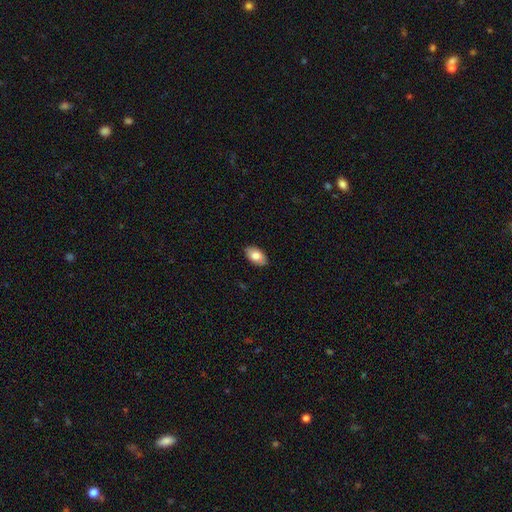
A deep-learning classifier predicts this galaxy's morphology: smooth-or-featured: smooth: 80% | featured or disk: 14% | star or artifact: 7%
  how-rounded: in between: 94% | round: 5% | cigar-shaped: 2%
  merging: none: 87% | minor disturbance: 10% | major disturbance: 2% | merger: 1%